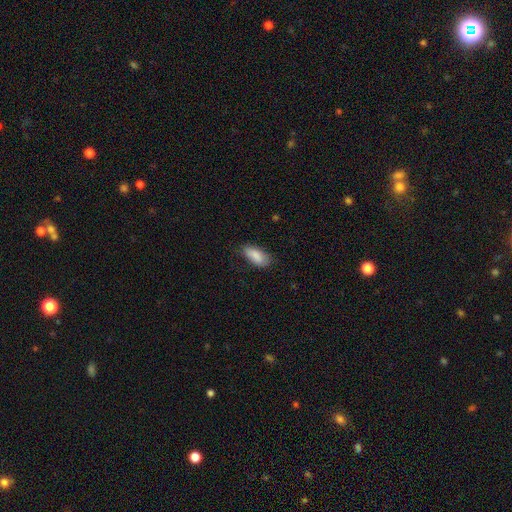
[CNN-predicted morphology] This is clearly a smooth galaxy (88%). How rounded: clearly in between (89%). Merging: likely none (71%).